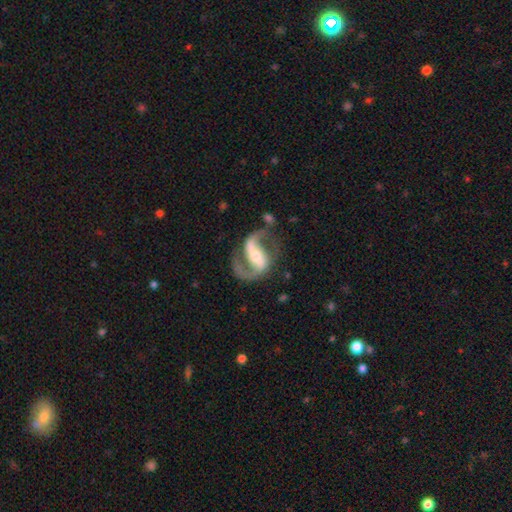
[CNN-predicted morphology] type=featured or disk (91%); edge-on=no (97%); bar=strong (55%); spiral arms=yes (97%); winding=medium (50%); arm count=2 (93%); bulge=small (45%); merging=none (73%).